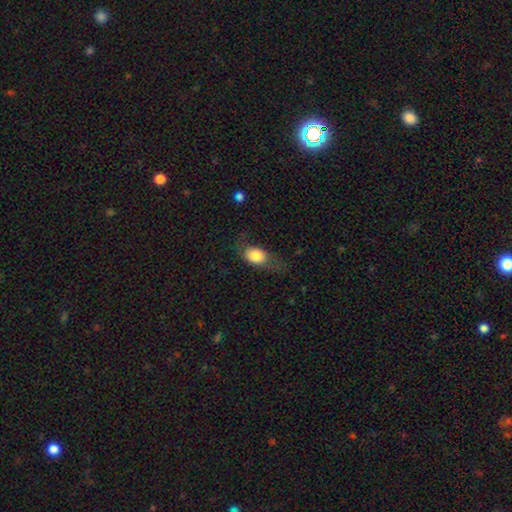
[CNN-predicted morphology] The model was most divided on "merging": none: 46%, minor disturbance: 27%, major disturbance: 25%, merger: 2%. More confident: how rounded — in between (75%); smooth or featured — smooth (73%).